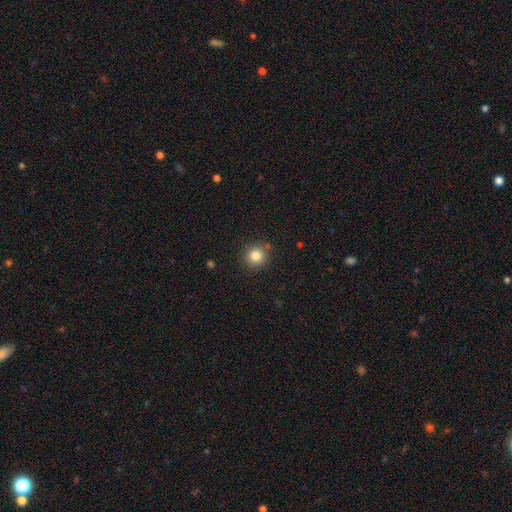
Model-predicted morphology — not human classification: Smooth or featured? Predicted: smooth (p=0.83). How rounded? Predicted: round (p=0.92). Merging? Predicted: none (p=0.86).